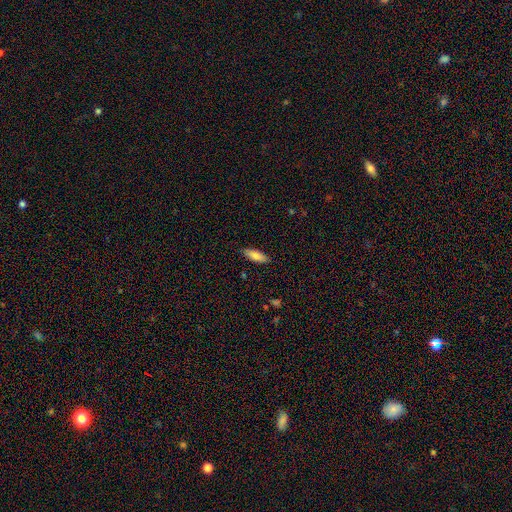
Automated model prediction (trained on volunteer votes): A smooth galaxy with no disk features (81%) that is in between round and cigar-shaped (66%).

Vote fractions:
- Smooth or featured? smooth: 81% / featured or disk: 13% / star or artifact: 6%
- How rounded? in between: 66% / cigar-shaped: 32% / round: 2%
- Merging? none: 87% / minor disturbance: 10% / major disturbance: 2% / merger: 1%